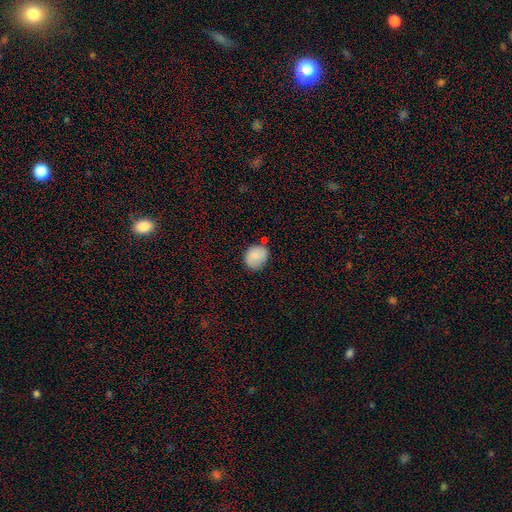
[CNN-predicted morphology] smooth 84%, star or artifact 8%, featured or disk 8%. Down the decision tree: how rounded — round (61%); merging — none (63%).